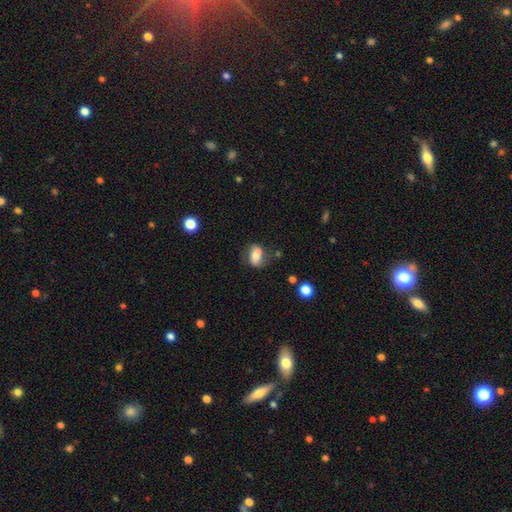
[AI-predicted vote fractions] smooth_or_featured: smooth (p=0.66) [alt: featured or disk p=0.26]
how_rounded: in between (p=0.76) [alt: round p=0.20]
merging: none (p=0.57) [alt: minor disturbance p=0.22]